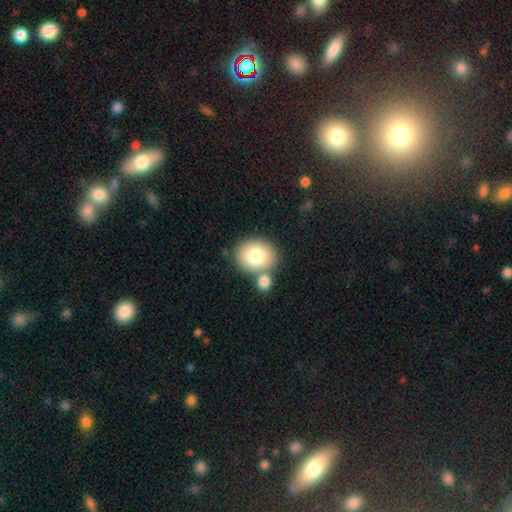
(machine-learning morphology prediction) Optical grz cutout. It shows a smooth galaxy with no disk features (77%) that is round (62%). Merging: none (64%).